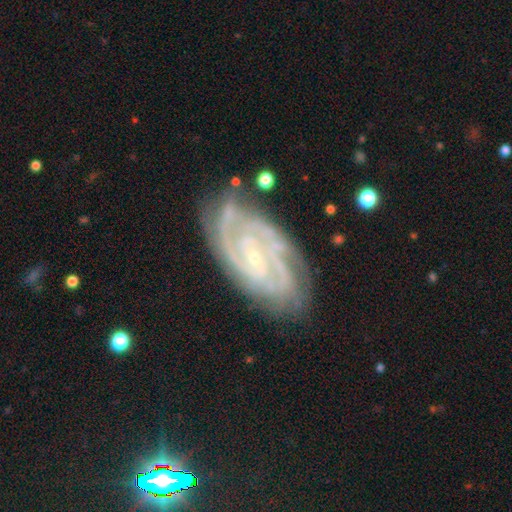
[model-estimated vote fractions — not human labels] This is clearly a featured or disk galaxy (89%). It is clearly not viewed edge-on (96%). Bar: possibly no (51%). Spiral arm pattern: clearly yes (98%). Spiral arm count: marginally 3 (27%). Spiral winding: likely tight (71%). Central bulge: clearly small (84%). Merging: likely none (75%).